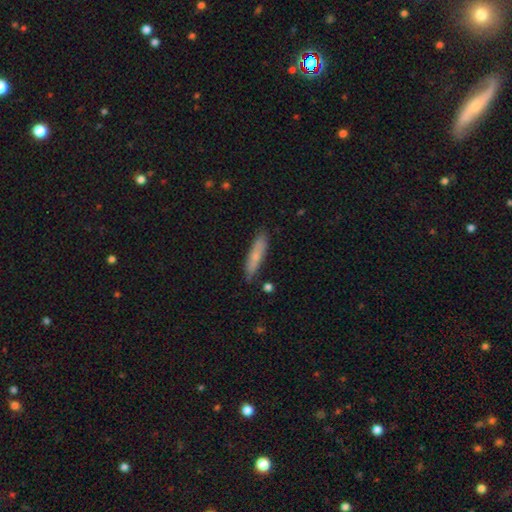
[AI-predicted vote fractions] Smooth or featured?
  - smooth: 69% *
  - featured or disk: 24%
  - star or artifact: 6%
How rounded?
  - cigar-shaped: 82% *
  - in between: 16%
  - round: 2%
Merging?
  - none: 80% *
  - minor disturbance: 14%
  - merger: 3%
  - major disturbance: 3%